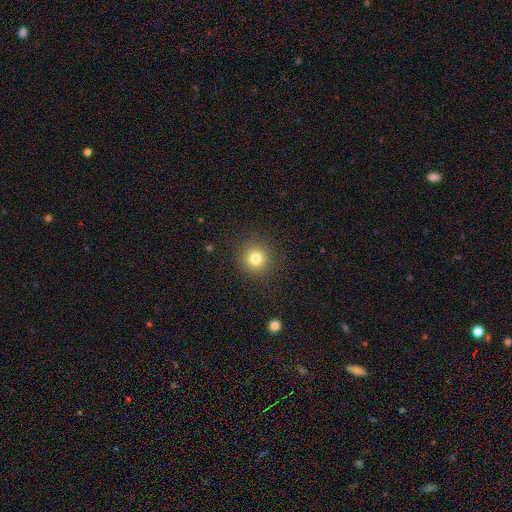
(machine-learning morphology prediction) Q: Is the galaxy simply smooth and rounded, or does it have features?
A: smooth — 70%.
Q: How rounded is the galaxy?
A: round — 93%.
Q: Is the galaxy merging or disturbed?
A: none — 92%.